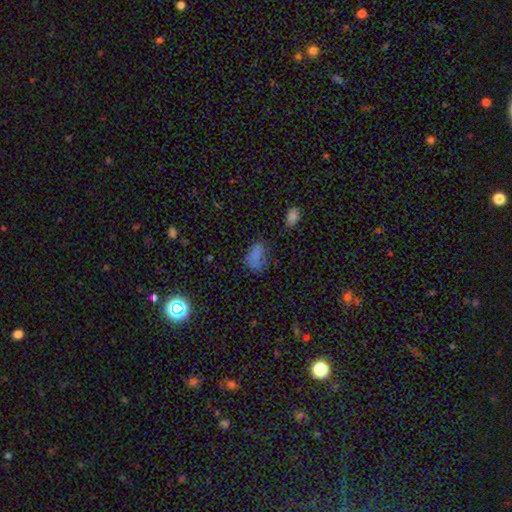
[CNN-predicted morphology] type=smooth (67%); roundness=in between (85%); merging=none (47%).